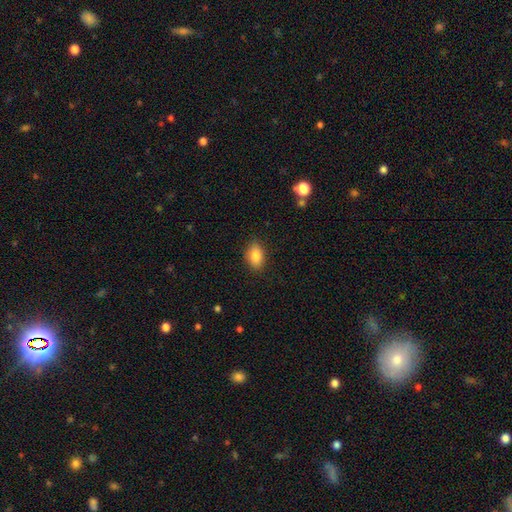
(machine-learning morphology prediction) Smooth or featured?
  - smooth: 85% *
  - star or artifact: 8%
  - featured or disk: 7%
How rounded?
  - in between: 87% *
  - round: 10%
  - cigar-shaped: 2%
Merging?
  - none: 86% *
  - minor disturbance: 10%
  - major disturbance: 2%
  - merger: 1%